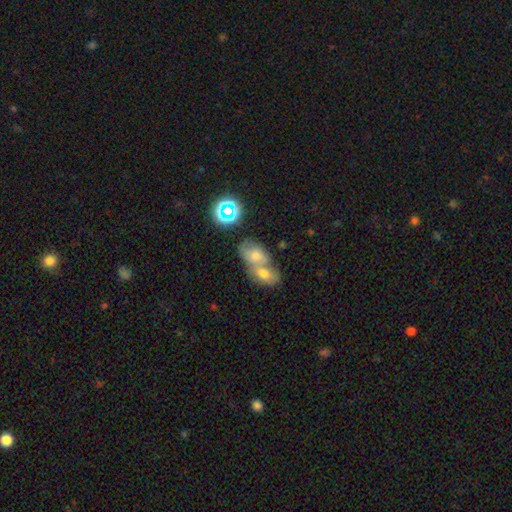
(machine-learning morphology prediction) Smooth or featured: smooth — 61% (featured or disk — 23%)
How rounded: in between — 81% (round — 16%)
Merging: merger — 68% (none — 20%)